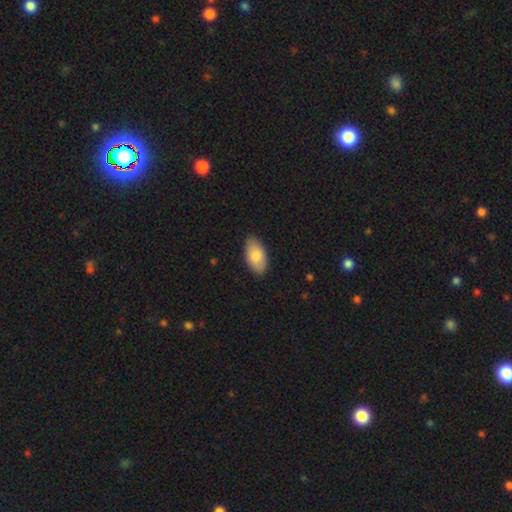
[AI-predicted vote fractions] Q: Smooth or featured?
A: smooth (84%); runner-up: featured or disk (10%)
Q: How rounded?
A: in between (95%); runner-up: round (3%)
Q: Merging?
A: none (86%); runner-up: minor disturbance (11%)